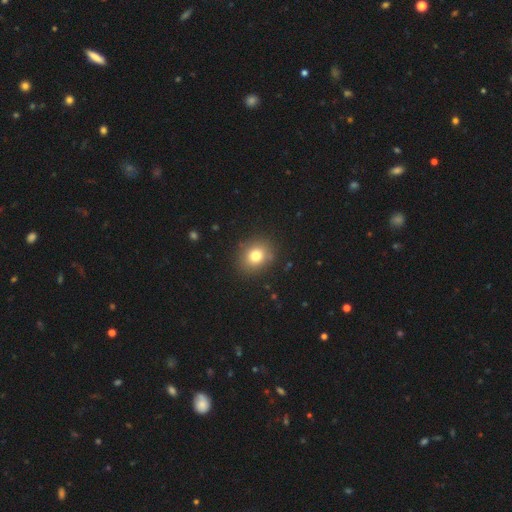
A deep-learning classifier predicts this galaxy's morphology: This is likely a smooth galaxy (78%). How rounded: likely round (66%). Merging: clearly none (87%).